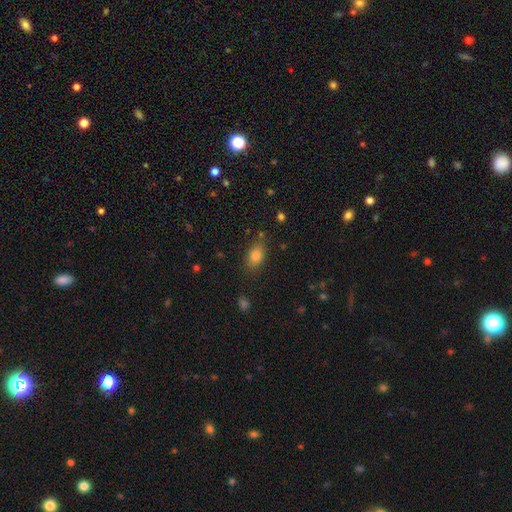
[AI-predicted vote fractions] A smooth galaxy with no disk features (80%) that is in between round and cigar-shaped (84%).

Vote fractions:
- Smooth or featured? smooth: 80% / star or artifact: 10% / featured or disk: 9%
- How rounded? in between: 84% / round: 13% / cigar-shaped: 3%
- Merging? none: 78% / minor disturbance: 15% / major disturbance: 4% / merger: 3%